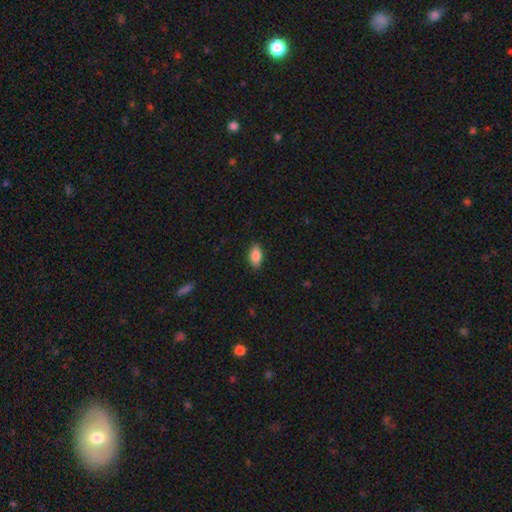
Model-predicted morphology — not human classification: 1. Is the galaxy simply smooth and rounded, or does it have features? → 85% smooth, 8% featured or disk, 7% star or artifact.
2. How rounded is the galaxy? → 90% in between, 6% cigar-shaped, 4% round.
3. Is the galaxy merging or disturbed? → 87% none, 9% minor disturbance, 2% major disturbance, 1% merger.